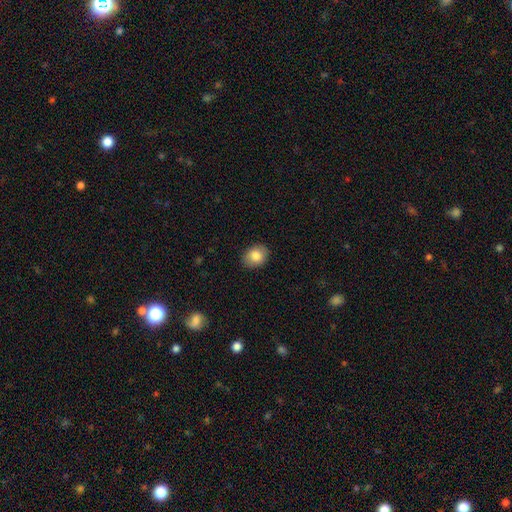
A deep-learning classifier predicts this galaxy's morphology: Q: Smooth or featured?
A: smooth (83%); runner-up: featured or disk (9%)
Q: How rounded?
A: in between (55%); runner-up: round (44%)
Q: Merging?
A: none (88%); runner-up: minor disturbance (9%)